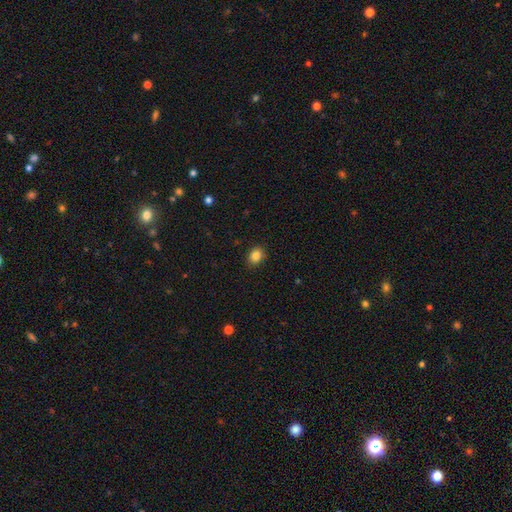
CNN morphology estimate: This is clearly a smooth galaxy (85%). How rounded: possibly in between (54%). Merging: clearly none (89%).